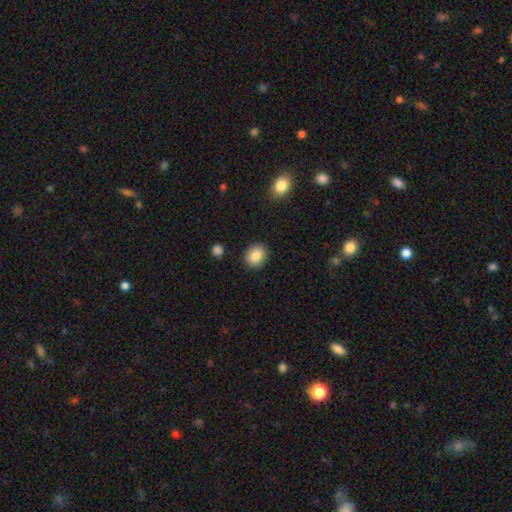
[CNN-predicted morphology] Overall: smooth (86%). How rounded: round (67%; in between 32%). Merging: none (89%).